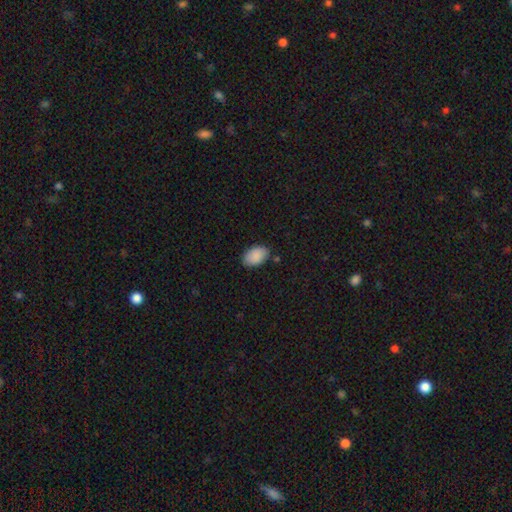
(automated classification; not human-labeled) smooth_or_featured: smooth (p=0.90) [alt: star or artifact p=0.07]
how_rounded: in between (p=0.91) [alt: round p=0.08]
merging: none (p=0.83) [alt: minor disturbance p=0.13]